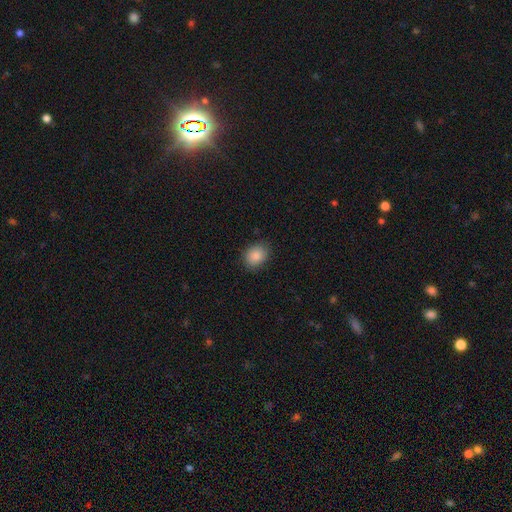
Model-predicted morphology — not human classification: The model was most divided on "how rounded": in between: 51%, round: 48%, cigar-shaped: 1%. More confident: smooth or featured — smooth (87%); merging — none (84%).